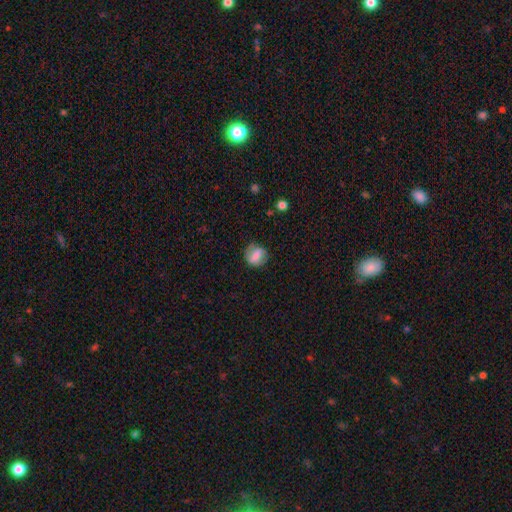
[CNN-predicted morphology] This appears to be a smooth galaxy with no disk features (64%) that is round (64%). Merging: none (71%).